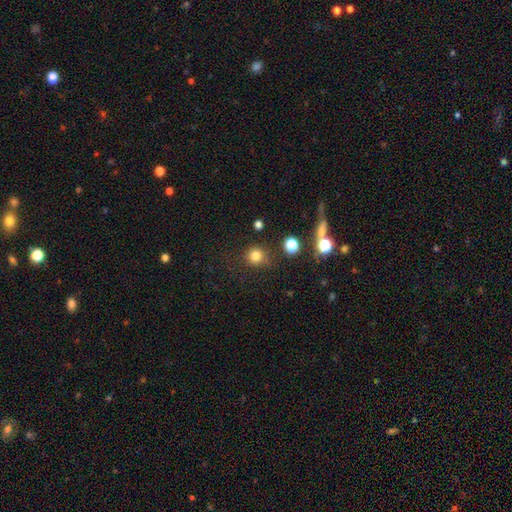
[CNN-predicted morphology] A smooth galaxy with no disk features (80%) that is round (92%).

Vote fractions:
- Smooth or featured? smooth: 80% / star or artifact: 15% / featured or disk: 5%
- How rounded? round: 92% / in between: 7% / cigar-shaped: 1%
- Merging? none: 78% / minor disturbance: 12% / major disturbance: 5% / merger: 5%